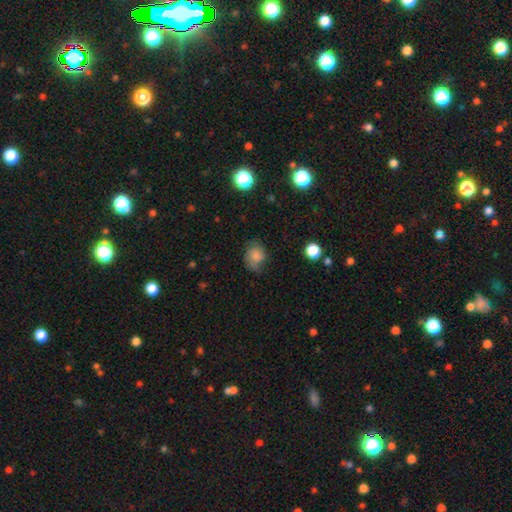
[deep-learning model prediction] smooth_or_featured: smooth (p=0.68) [alt: featured or disk p=0.21]
how_rounded: round (p=0.54) [alt: in between p=0.45]
merging: none (p=0.57) [alt: minor disturbance p=0.30]